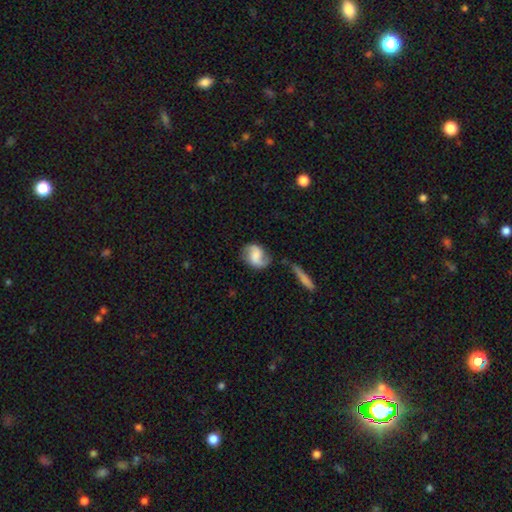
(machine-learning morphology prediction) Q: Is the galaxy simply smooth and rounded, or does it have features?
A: featured or disk — 69%.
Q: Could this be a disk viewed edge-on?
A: no — 97%.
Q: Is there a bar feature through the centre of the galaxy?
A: weak — 42%, tied with no.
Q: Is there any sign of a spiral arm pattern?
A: yes — 94%.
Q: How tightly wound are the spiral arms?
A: loose — 47%.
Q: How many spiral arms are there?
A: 2 — 90%.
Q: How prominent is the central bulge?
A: none — 32%.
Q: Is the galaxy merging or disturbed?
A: none — 67%.